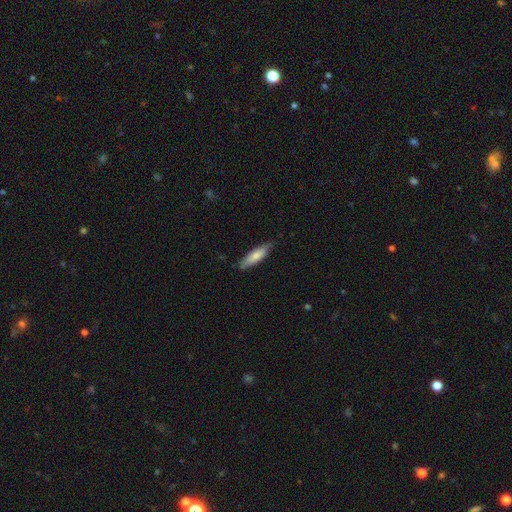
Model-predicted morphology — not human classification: smooth_or_featured: smooth (p=0.74) [alt: featured or disk p=0.20]
how_rounded: cigar-shaped (p=0.65) [alt: in between p=0.34]
merging: none (p=0.77) [alt: minor disturbance p=0.20]